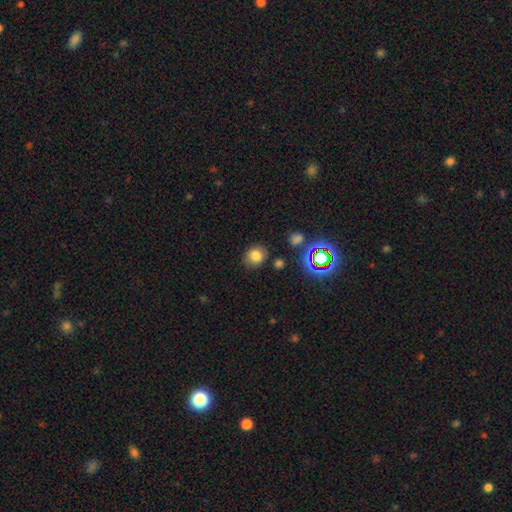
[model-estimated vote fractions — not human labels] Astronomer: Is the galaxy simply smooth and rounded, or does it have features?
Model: smooth — 77%.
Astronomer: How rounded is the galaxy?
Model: round — 73%.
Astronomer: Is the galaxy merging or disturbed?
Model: none — 82%.